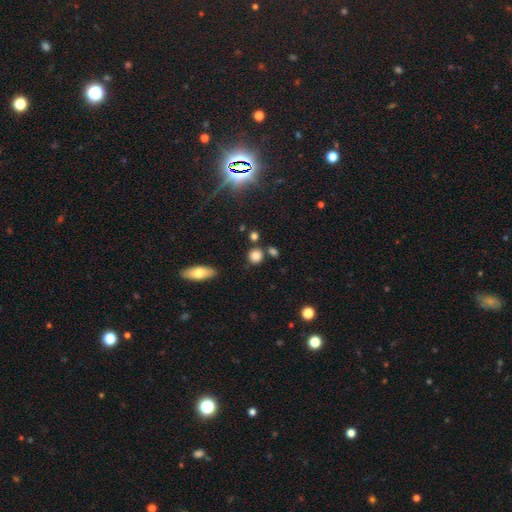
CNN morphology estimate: This is clearly a smooth galaxy (82%). How rounded: clearly round (84%). Merging: likely none (76%).